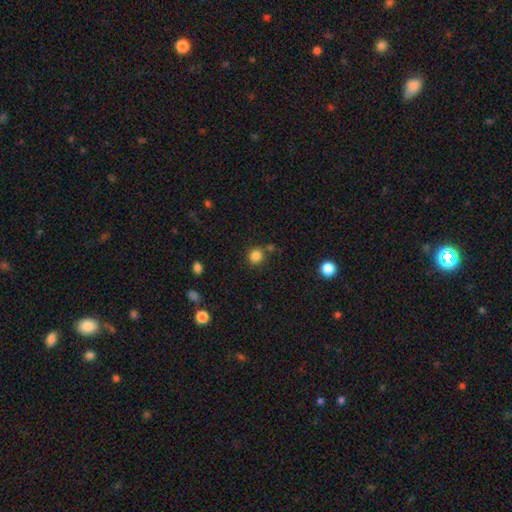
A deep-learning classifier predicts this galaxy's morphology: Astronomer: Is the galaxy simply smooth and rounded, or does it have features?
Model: smooth — 84%.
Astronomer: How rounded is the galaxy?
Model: round — 90%.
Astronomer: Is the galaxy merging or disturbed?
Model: none — 76%.